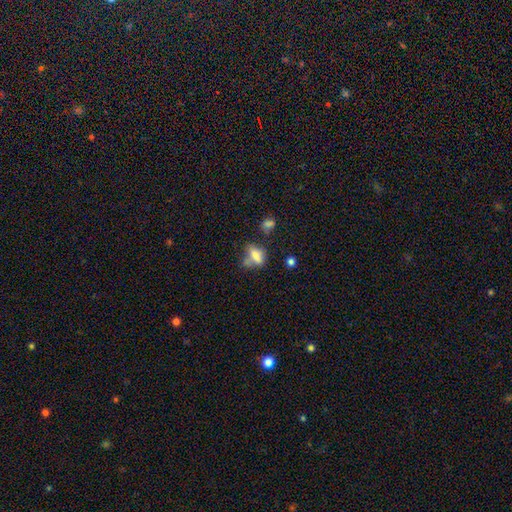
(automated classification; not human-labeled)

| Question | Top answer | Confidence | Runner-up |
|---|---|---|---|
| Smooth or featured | smooth | 67% | featured or disk (19%) |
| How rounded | in between | 69% | cigar-shaped (16%) |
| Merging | none | 45% | minor disturbance (22%) |